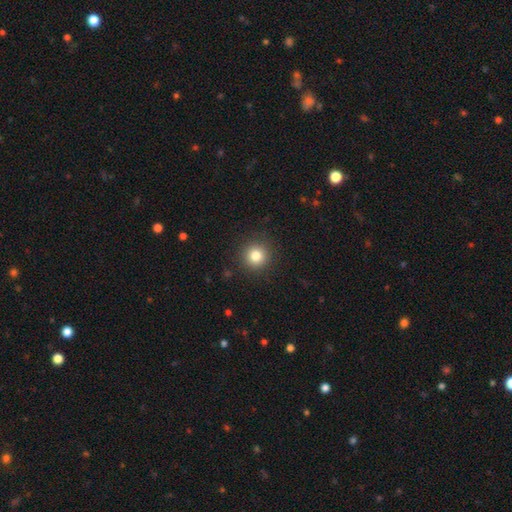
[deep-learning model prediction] smooth-or-featured: smooth: 81% | star or artifact: 12% | featured or disk: 6%
  how-rounded: round: 95% | in between: 4% | cigar-shaped: 1%
  merging: none: 91% | minor disturbance: 6% | major disturbance: 2% | merger: 1%